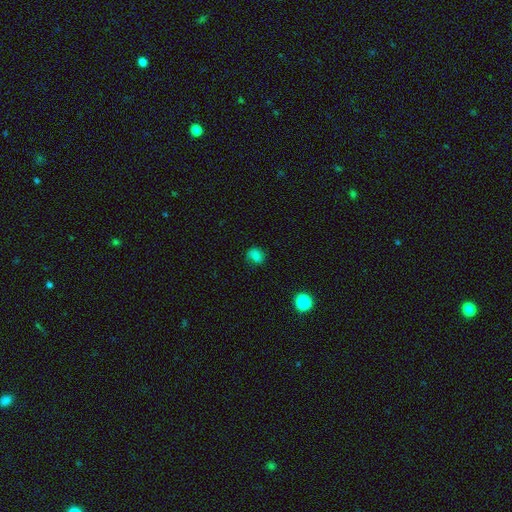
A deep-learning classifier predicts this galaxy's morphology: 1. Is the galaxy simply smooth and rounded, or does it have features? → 72% smooth, 16% star or artifact, 11% featured or disk.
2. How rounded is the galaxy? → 57% round, 42% in between, 1% cigar-shaped.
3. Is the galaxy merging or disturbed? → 61% none, 25% minor disturbance, 12% major disturbance, 2% merger.